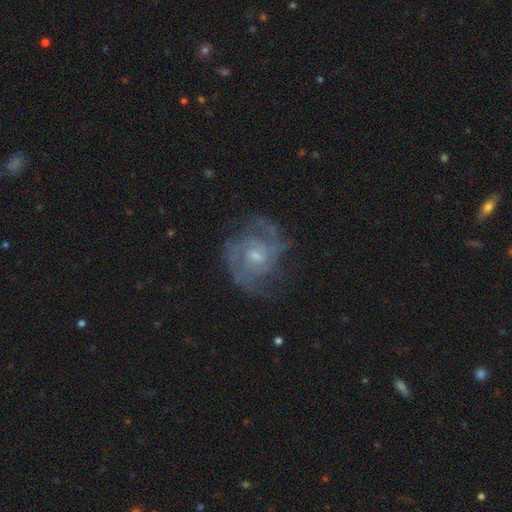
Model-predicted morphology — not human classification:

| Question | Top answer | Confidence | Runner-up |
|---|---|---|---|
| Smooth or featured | featured or disk | 80% | smooth (13%) |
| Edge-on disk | no | 98% | yes (2%) |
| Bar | no | 54% | weak (41%) |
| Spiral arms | yes | 89% | no (11%) |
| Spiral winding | medium | 45% | tight (40%) |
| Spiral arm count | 2 | 32% | can't tell (31%) |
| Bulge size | small | 53% | moderate (37%) |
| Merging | none | 62% | minor disturbance (21%) |